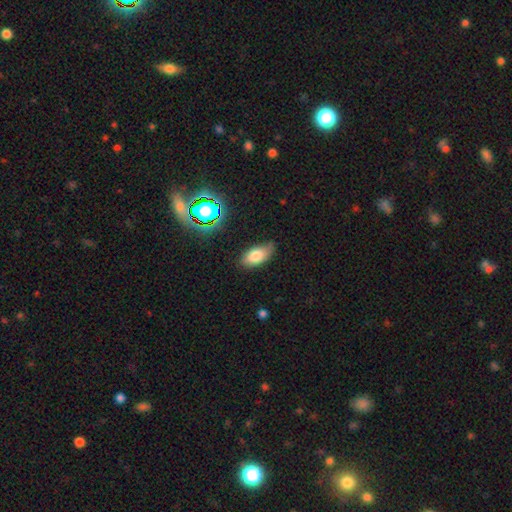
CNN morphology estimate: A smooth galaxy with no disk features (77%) that is in between round and cigar-shaped (91%). Merging: none (67%).